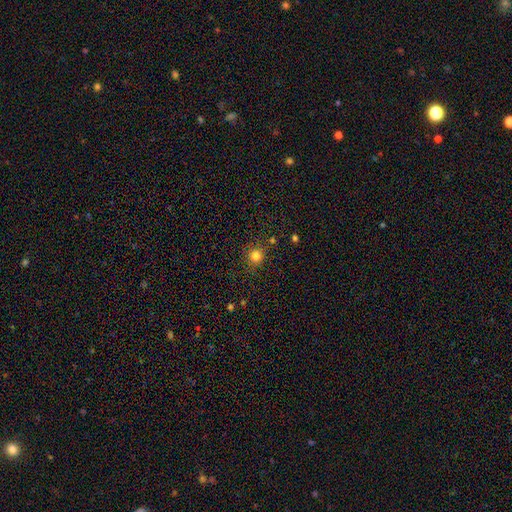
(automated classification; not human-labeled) Q: Smooth or featured?
A: smooth (81%); runner-up: star or artifact (14%)
Q: How rounded?
A: round (91%); runner-up: in between (8%)
Q: Merging?
A: none (85%); runner-up: minor disturbance (9%)